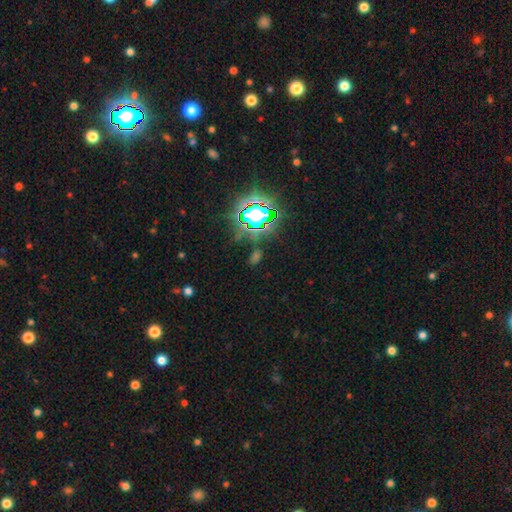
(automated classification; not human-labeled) Smooth or featured?
  - star or artifact: 67% *
  - smooth: 23%
  - featured or disk: 10%